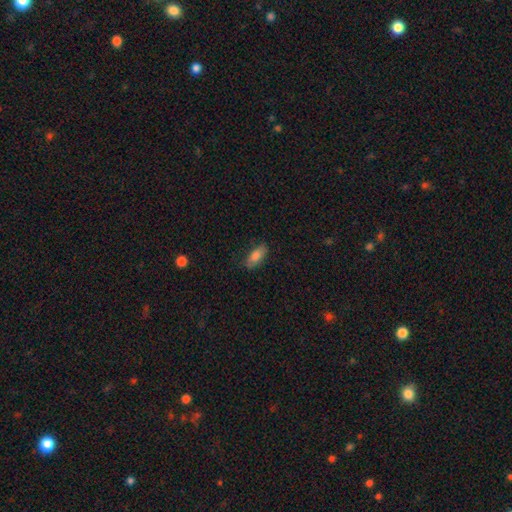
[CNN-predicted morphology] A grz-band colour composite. It shows a smooth galaxy with no disk features (80%) that is in between round and cigar-shaped (79%). Merging: none (79%).